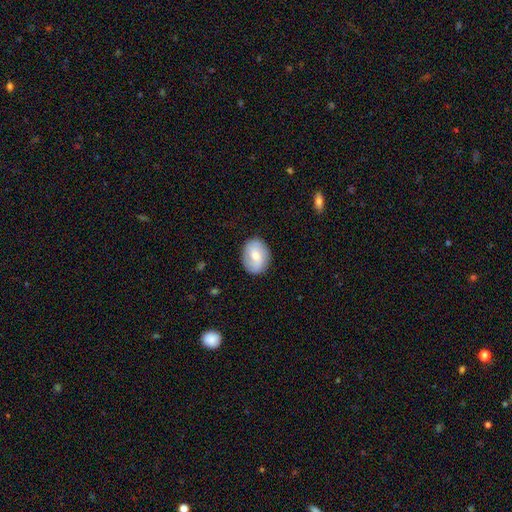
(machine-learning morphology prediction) A smooth galaxy with no disk features (55%) that is in between round and cigar-shaped (62%). Merging: none (84%).